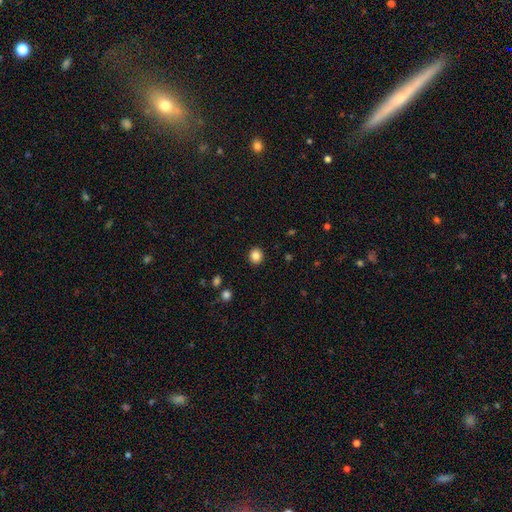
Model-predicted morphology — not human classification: This is clearly a smooth galaxy (85%). How rounded: clearly round (85%). Merging: clearly none (92%).